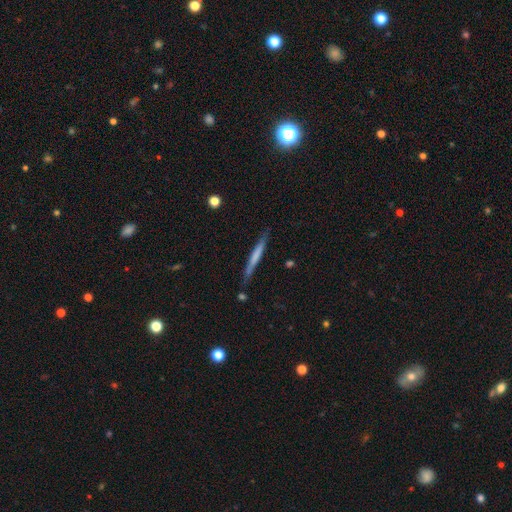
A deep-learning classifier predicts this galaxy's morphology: A smooth galaxy with no disk features (53%) that is cigar-shaped (96%). Merging: none (83%).